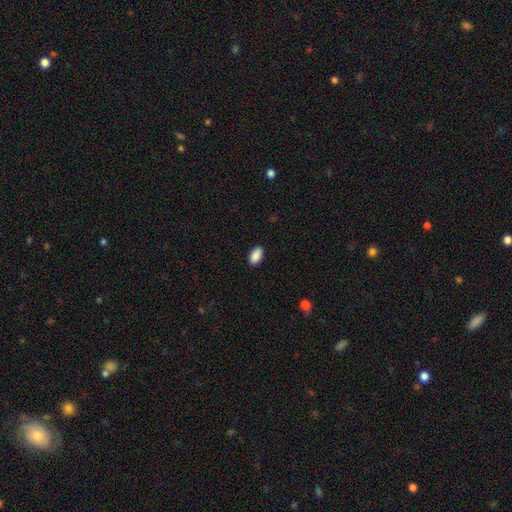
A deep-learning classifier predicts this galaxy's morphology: Smooth or featured? smooth (90%)
How rounded? in between (94%)
Merging? none (89%)